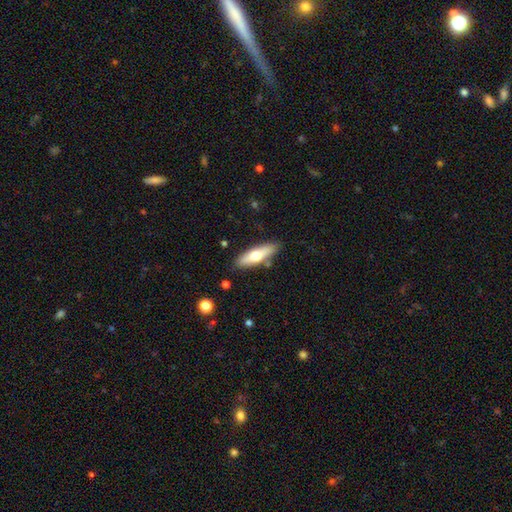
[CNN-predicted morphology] Q: Smooth or featured?
A: smooth (58%); runner-up: featured or disk (36%)
Q: How rounded?
A: cigar-shaped (52%); runner-up: in between (46%)
Q: Merging?
A: none (83%); runner-up: minor disturbance (11%)